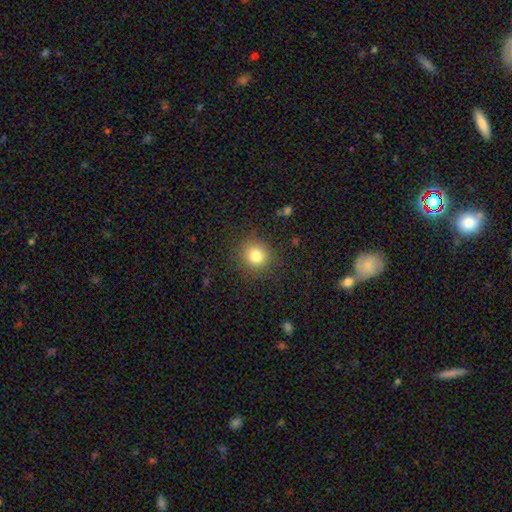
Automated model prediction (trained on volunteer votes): The model was most divided on "smooth or featured": smooth: 81%, star or artifact: 12%, featured or disk: 7%. More confident: how rounded — round (88%); merging — none (87%).